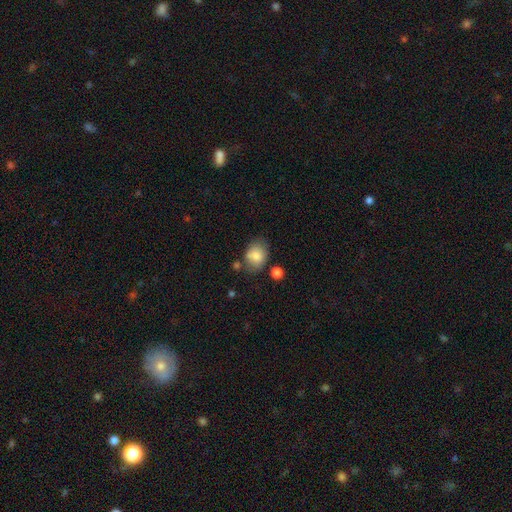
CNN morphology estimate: Smooth or featured? smooth (79%)
How rounded? in between (62%)
Merging? none (63%)